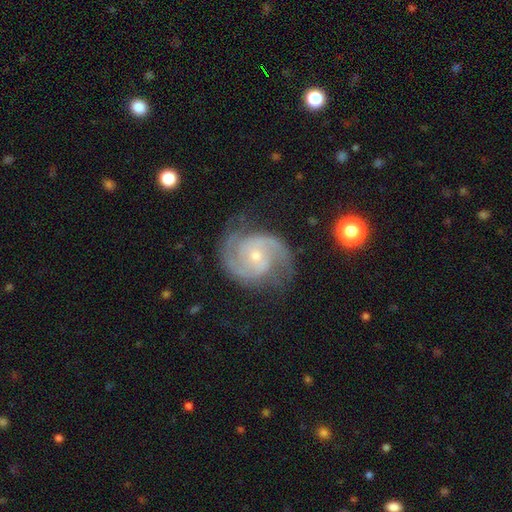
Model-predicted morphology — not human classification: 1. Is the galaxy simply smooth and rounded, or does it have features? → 91% featured or disk, 5% star or artifact, 4% smooth.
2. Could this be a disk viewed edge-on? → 98% no, 2% yes.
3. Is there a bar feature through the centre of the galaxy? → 64% no, 30% weak, 7% strong.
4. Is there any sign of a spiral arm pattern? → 98% yes, 2% no.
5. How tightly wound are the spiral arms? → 53% medium, 36% tight, 11% loose.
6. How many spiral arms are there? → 84% 2, 7% 3, 4% can't tell, 2% 1, 2% 4, 2% more than 4.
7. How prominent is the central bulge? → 67% small, 30% moderate, 1% none, 1% large, 1% dominant.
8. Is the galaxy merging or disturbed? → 72% none, 18% minor disturbance, 8% major disturbance, 2% merger.